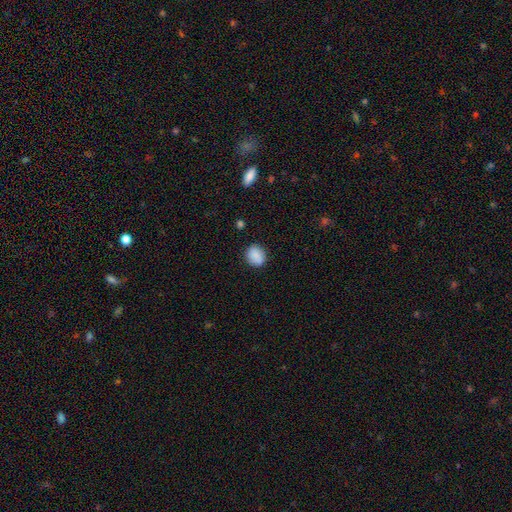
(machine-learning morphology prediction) This appears to be a smooth galaxy with no disk features (87%) that is round (64%). Merging: none (85%).